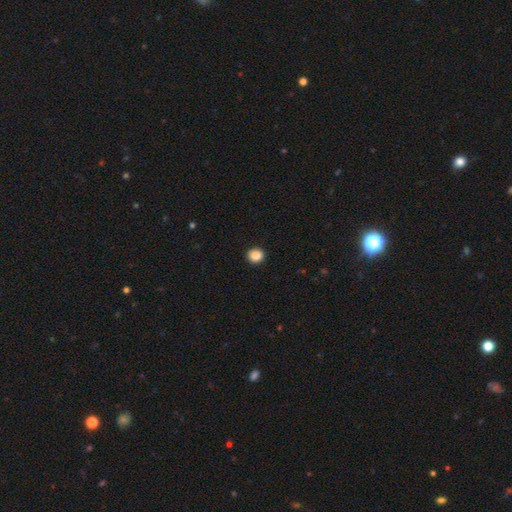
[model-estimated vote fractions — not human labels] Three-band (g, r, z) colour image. It shows a smooth galaxy with no disk features (88%) that is round (84%). Merging: none (92%).